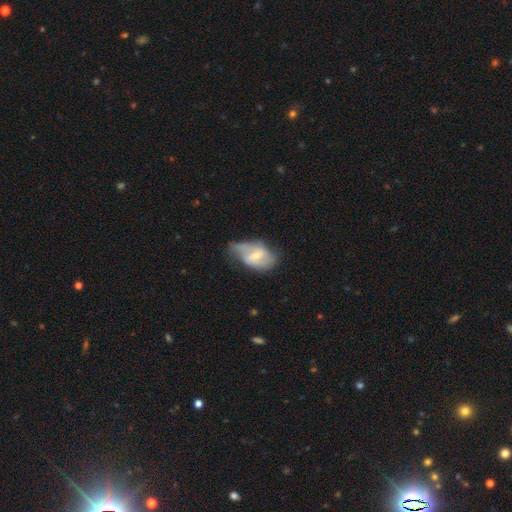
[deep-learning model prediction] Q: Smooth or featured?
A: featured or disk (63%); runner-up: smooth (31%)
Q: Edge-on disk?
A: no (95%); runner-up: yes (5%)
Q: Bar?
A: weak (53%); runner-up: no (27%)
Q: Spiral arms?
A: yes (77%); runner-up: no (23%)
Q: Bulge size?
A: small (54%); runner-up: moderate (41%)
Q: Merging?
A: none (39%); runner-up: minor disturbance (38%)